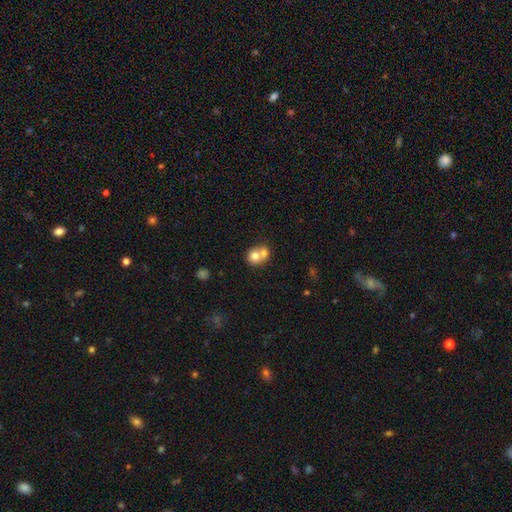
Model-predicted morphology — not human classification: Smooth or featured? smooth (72%)
How rounded? round (79%)
Merging? merger (62%)